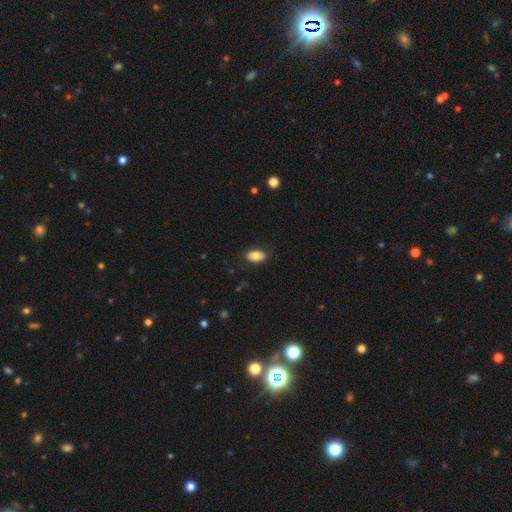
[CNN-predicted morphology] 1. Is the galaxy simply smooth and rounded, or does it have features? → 80% smooth, 13% featured or disk, 7% star or artifact.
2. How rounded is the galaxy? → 92% in between, 6% round, 2% cigar-shaped.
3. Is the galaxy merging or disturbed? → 83% none, 13% minor disturbance, 3% major disturbance, 1% merger.